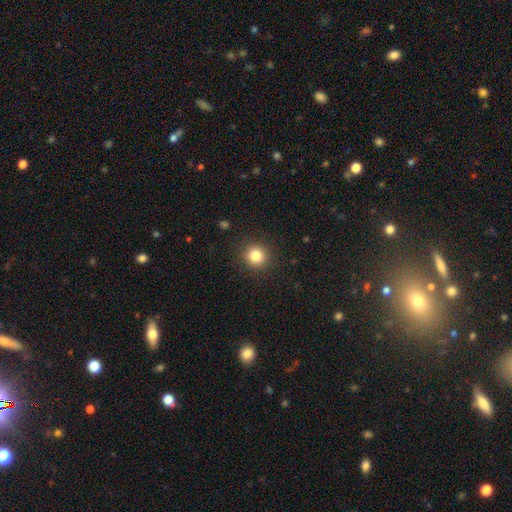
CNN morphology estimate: Smooth or featured?
  - smooth: 83% *
  - star or artifact: 12%
  - featured or disk: 6%
How rounded?
  - round: 92% *
  - in between: 7%
  - cigar-shaped: 1%
Merging?
  - none: 91% *
  - minor disturbance: 6%
  - major disturbance: 2%
  - merger: 1%